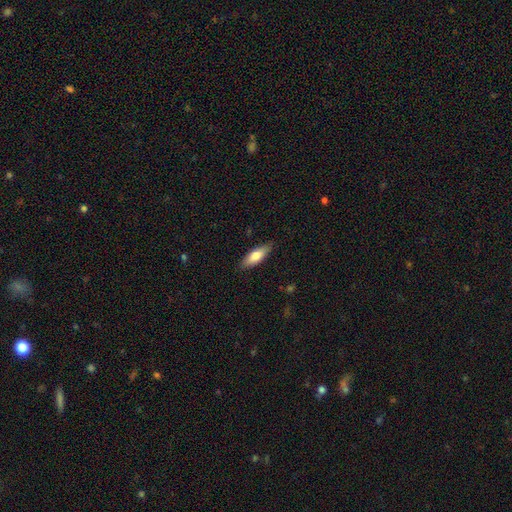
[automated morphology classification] A smooth galaxy with no disk features (75%) that is in between round and cigar-shaped (62%).

Vote fractions:
- Smooth or featured? smooth: 75% / featured or disk: 19% / star or artifact: 6%
- How rounded? in between: 62% / cigar-shaped: 36% / round: 2%
- Merging? none: 85% / minor disturbance: 12% / major disturbance: 2% / merger: 1%